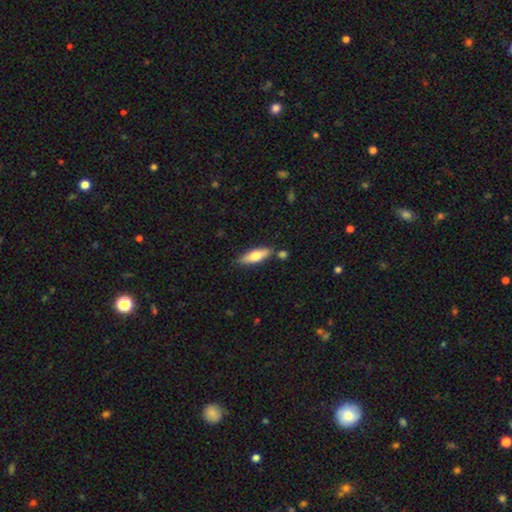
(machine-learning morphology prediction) Smooth or featured?
  - smooth: 59% *
  - featured or disk: 36%
  - star or artifact: 6%
How rounded?
  - cigar-shaped: 52% *
  - in between: 46%
  - round: 2%
Merging?
  - none: 76% *
  - minor disturbance: 13%
  - merger: 8%
  - major disturbance: 3%